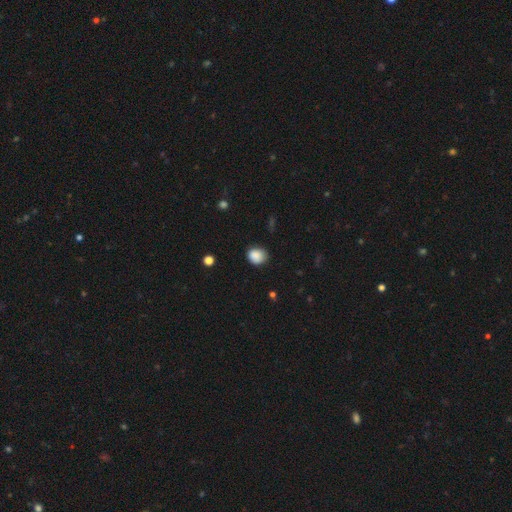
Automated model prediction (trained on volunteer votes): A smooth galaxy with no disk features (87%) that is round (67%). Merging: none (76%).